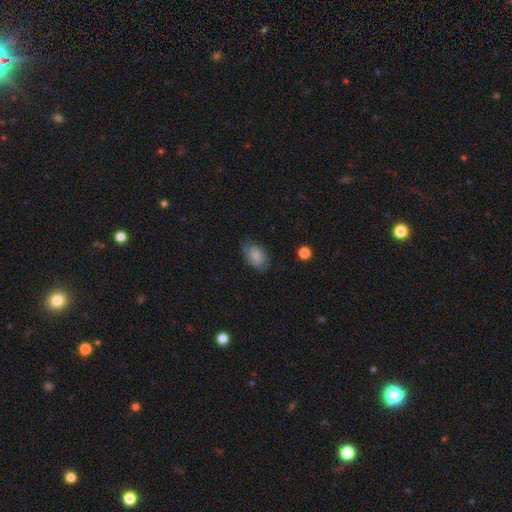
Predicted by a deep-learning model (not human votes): Overall: smooth (74%). How rounded: in between (84%). Merging: none (70%).